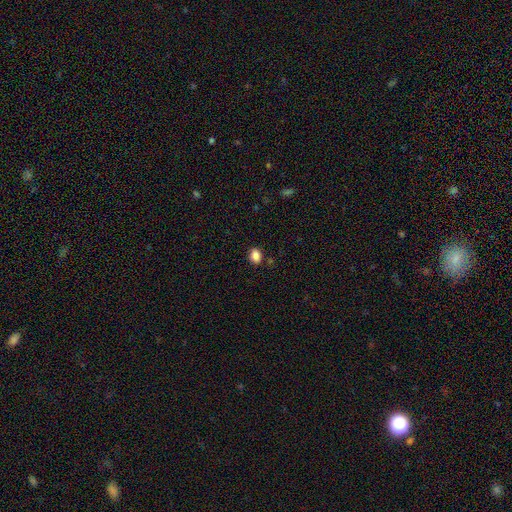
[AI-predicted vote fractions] A smooth galaxy with no disk features (86%) that is in between round and cigar-shaped (59%). Merging: none (85%).